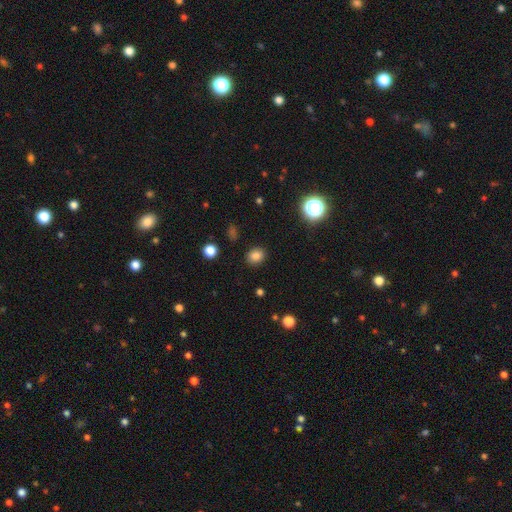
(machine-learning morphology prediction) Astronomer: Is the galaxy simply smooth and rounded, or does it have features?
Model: smooth — 82%.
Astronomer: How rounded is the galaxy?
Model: round — 59% (runner-up: in between, 40%).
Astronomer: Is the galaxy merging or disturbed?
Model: none — 89%.